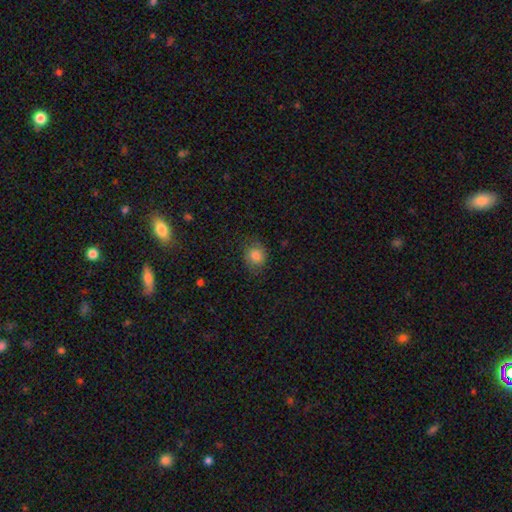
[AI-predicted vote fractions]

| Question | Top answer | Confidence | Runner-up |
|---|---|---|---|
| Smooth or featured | smooth | 82% | star or artifact (10%) |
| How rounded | round | 68% | in between (31%) |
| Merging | none | 76% | minor disturbance (18%) |